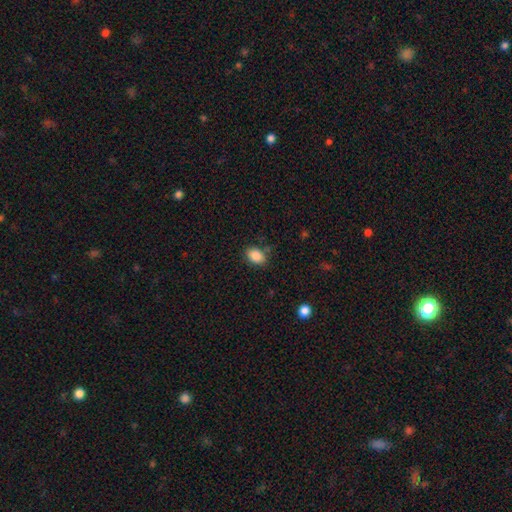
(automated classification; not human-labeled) Smooth or featured? Predicted: smooth (p=0.87). How rounded? Predicted: in between (p=0.80). Merging? Predicted: none (p=0.81).